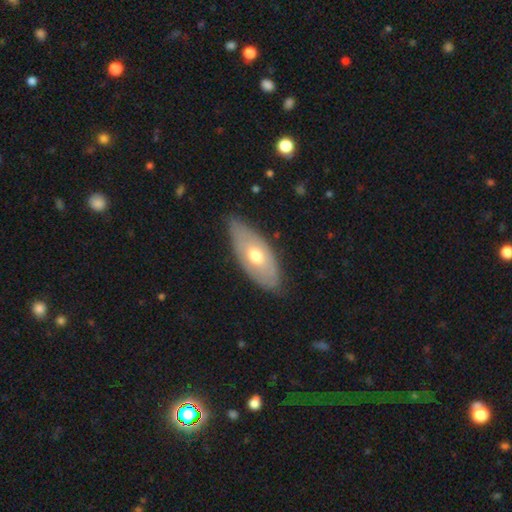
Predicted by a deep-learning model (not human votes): Smooth or featured? featured or disk (48%)
Merging? none (77%)